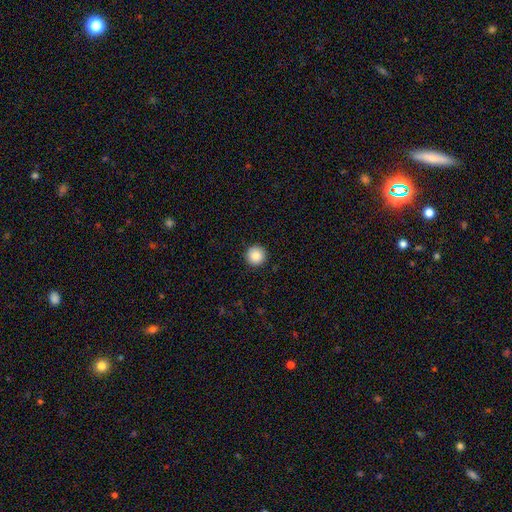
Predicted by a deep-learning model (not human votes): smooth 86%, star or artifact 9%, featured or disk 5%. Down the decision tree: how rounded — round (97%); merging — none (93%).